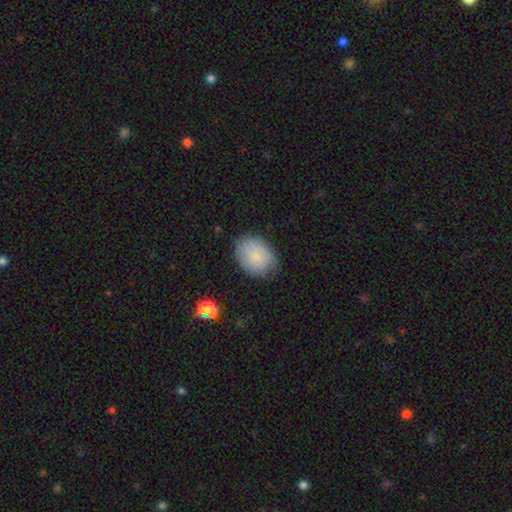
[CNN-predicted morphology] smooth_or_featured: smooth (p=0.81) [alt: featured or disk p=0.12]
how_rounded: in between (p=0.74) [alt: round p=0.25]
merging: none (p=0.76) [alt: minor disturbance p=0.19]